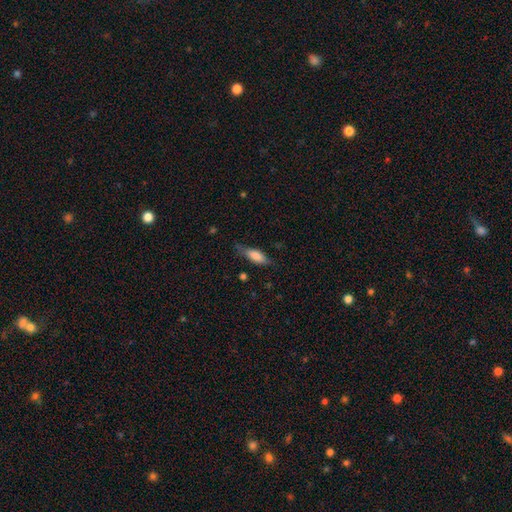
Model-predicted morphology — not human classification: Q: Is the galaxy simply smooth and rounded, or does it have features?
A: smooth — 74%.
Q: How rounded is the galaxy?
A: in between — 59%.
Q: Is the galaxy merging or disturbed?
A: none — 67%.